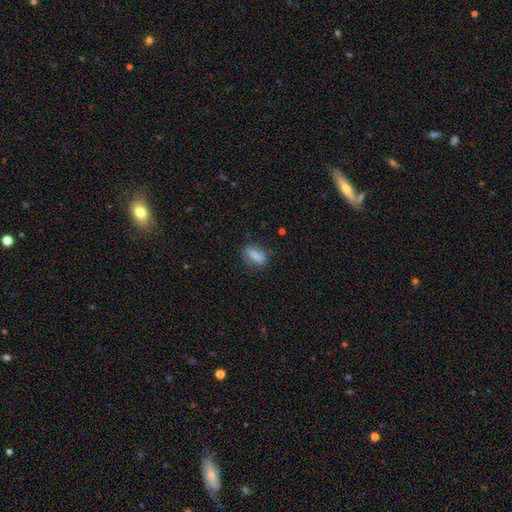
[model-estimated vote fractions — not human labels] Smooth or featured? smooth (74%)
How rounded? in between (66%)
Merging? none (75%)